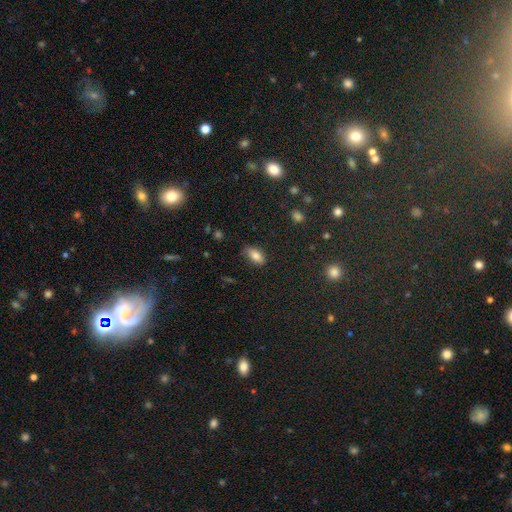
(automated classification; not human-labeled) A smooth galaxy with no disk features (82%) that is in between round and cigar-shaped (88%).

Vote fractions:
- Smooth or featured? smooth: 82% / star or artifact: 10% / featured or disk: 9%
- How rounded? in between: 88% / cigar-shaped: 8% / round: 4%
- Merging? none: 78% / minor disturbance: 17% / major disturbance: 3% / merger: 2%